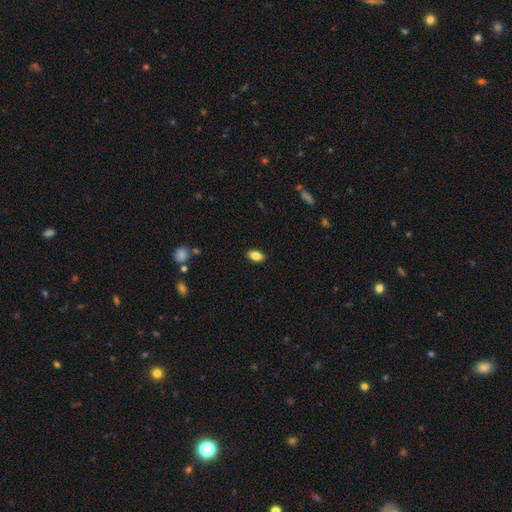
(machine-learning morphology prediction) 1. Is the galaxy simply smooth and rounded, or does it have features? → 84% smooth, 8% star or artifact, 8% featured or disk.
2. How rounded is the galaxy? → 90% in between, 6% round, 4% cigar-shaped.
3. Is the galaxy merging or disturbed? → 88% none, 9% minor disturbance, 2% major disturbance, 1% merger.